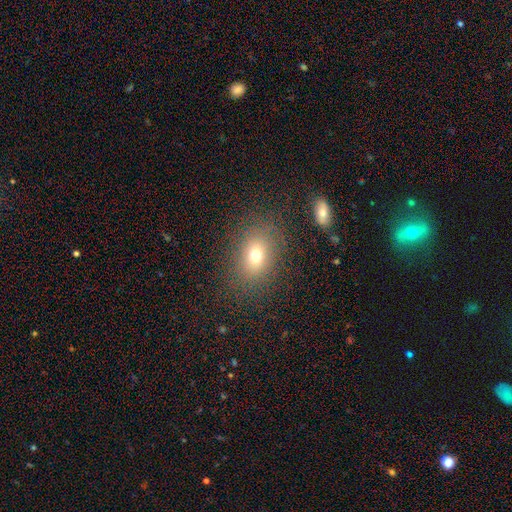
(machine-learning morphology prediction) type=smooth (72%); roundness=in between (67%); merging=none (83%).